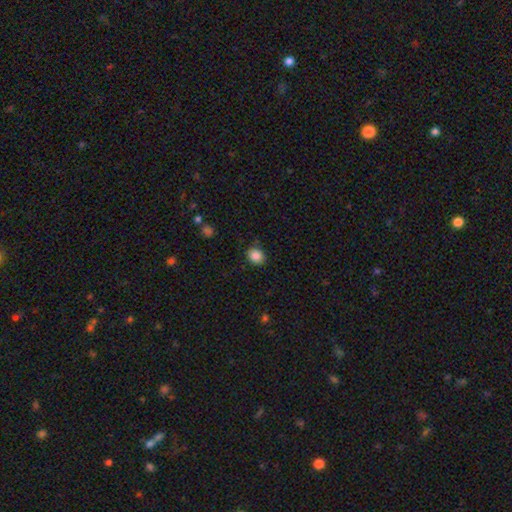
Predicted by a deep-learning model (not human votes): smooth 86%, star or artifact 10%, featured or disk 4%. Down the decision tree: how rounded — round (63%); merging — none (86%).